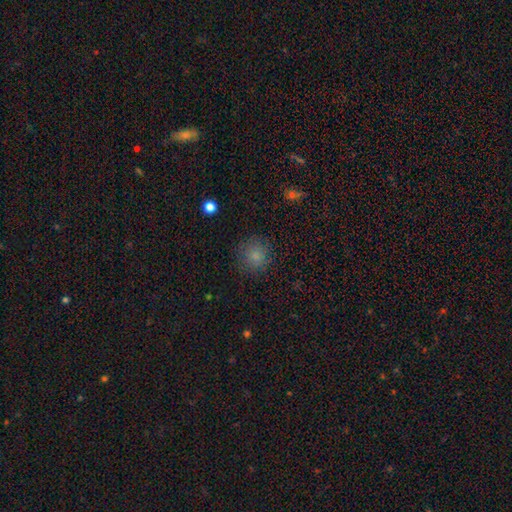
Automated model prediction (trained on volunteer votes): This appears to be a smooth galaxy with no disk features (83%) that is round (92%). Merging: none (87%).